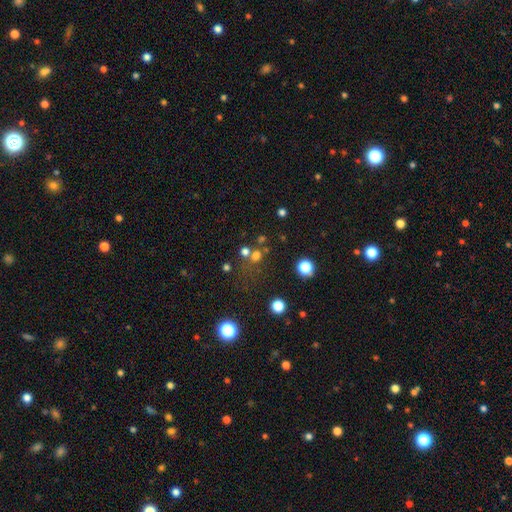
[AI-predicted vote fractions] Smooth or featured?
  - smooth: 61% *
  - star or artifact: 29%
  - featured or disk: 10%
How rounded?
  - round: 83% *
  - in between: 16%
  - cigar-shaped: 1%
Merging?
  - none: 59% *
  - merger: 24%
  - minor disturbance: 9%
  - major disturbance: 7%